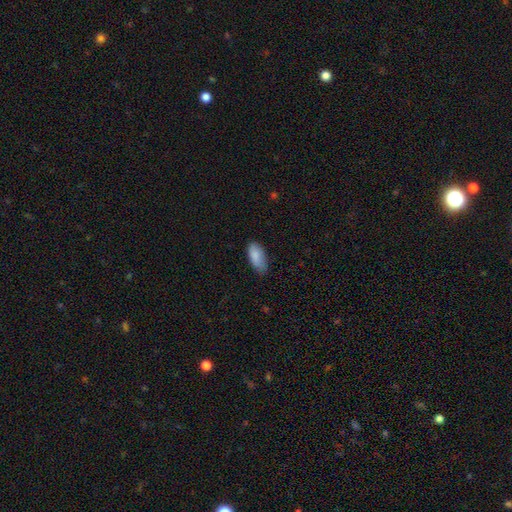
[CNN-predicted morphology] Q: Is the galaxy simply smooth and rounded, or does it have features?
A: smooth — 88%.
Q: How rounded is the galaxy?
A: in between — 89%.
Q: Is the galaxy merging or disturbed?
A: none — 66%.